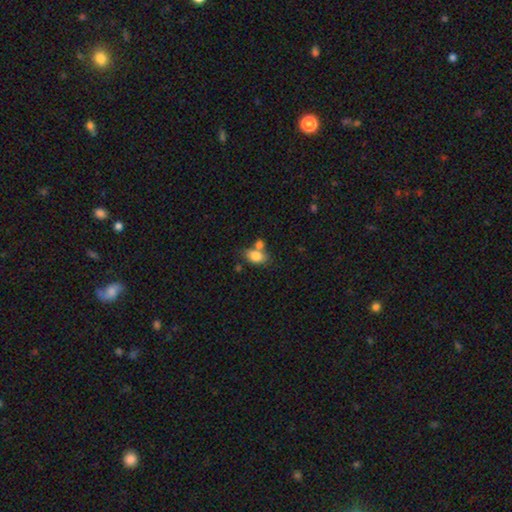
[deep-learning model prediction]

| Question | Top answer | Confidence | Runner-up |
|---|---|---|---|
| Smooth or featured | smooth | 81% | featured or disk (10%) |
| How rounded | in between | 84% | round (13%) |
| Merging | none | 47% | merger (35%) |